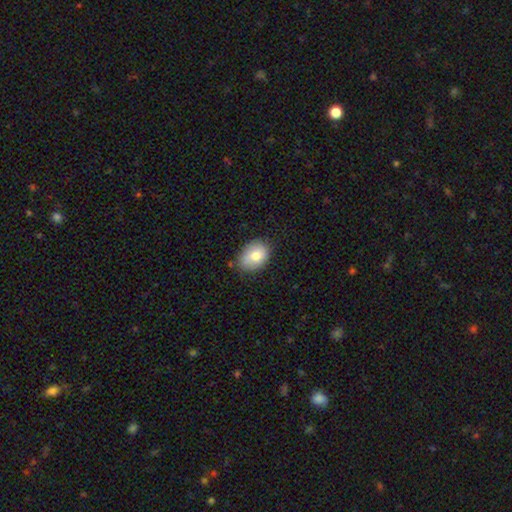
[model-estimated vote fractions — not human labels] Morphology: type=smooth (78%); roundness=in between (73%); merging=none (71%).